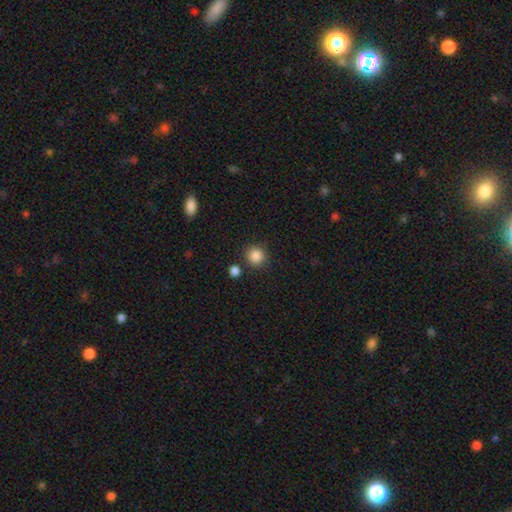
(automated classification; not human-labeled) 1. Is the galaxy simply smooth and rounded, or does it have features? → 87% smooth, 10% star or artifact, 3% featured or disk.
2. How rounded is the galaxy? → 92% round, 7% in between, 1% cigar-shaped.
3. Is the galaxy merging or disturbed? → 84% none, 8% minor disturbance, 6% merger, 3% major disturbance.